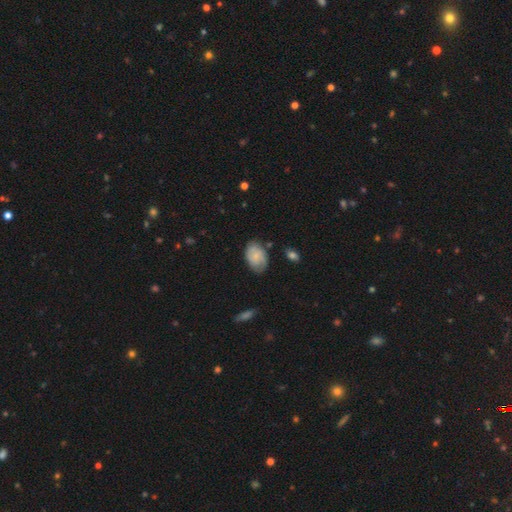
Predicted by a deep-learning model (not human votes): Smooth or featured: smooth — 52% (featured or disk — 41%)
How rounded: in between — 87% (round — 12%)
Merging: none — 70% (minor disturbance — 23%)